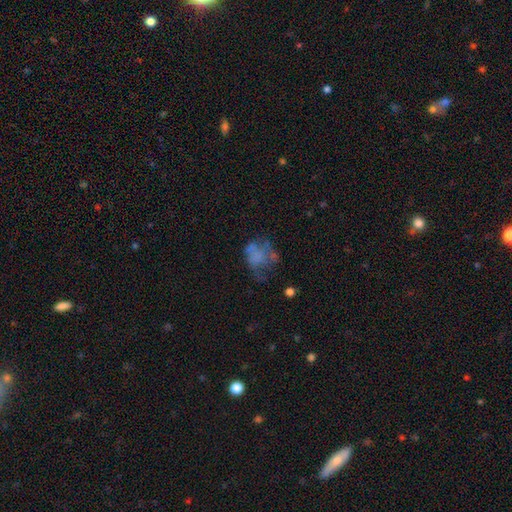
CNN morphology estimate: Smooth or featured? Predicted: featured or disk (p=0.43, tied with smooth). Merging? Predicted: none (p=0.38).